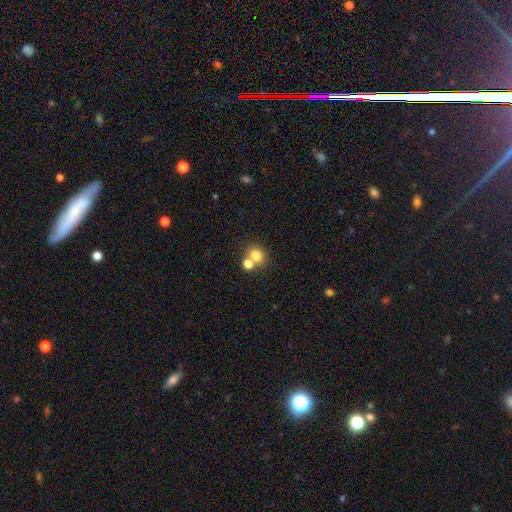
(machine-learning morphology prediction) Smooth or featured? Predicted: smooth (p=0.76). How rounded? Predicted: round (p=0.75). Merging? Predicted: none (p=0.53).